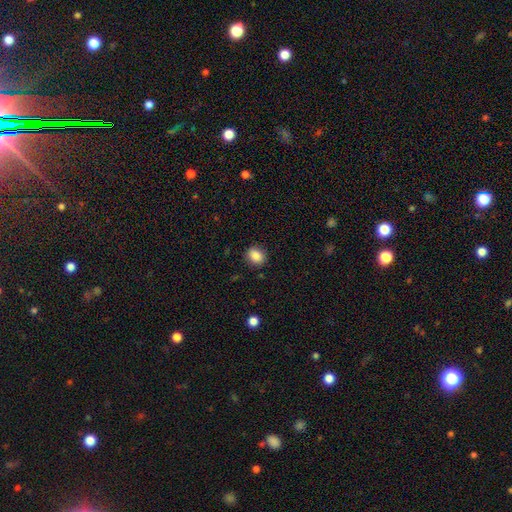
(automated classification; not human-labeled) A smooth galaxy with no disk features (86%) that is round (60%). Merging: none (88%).